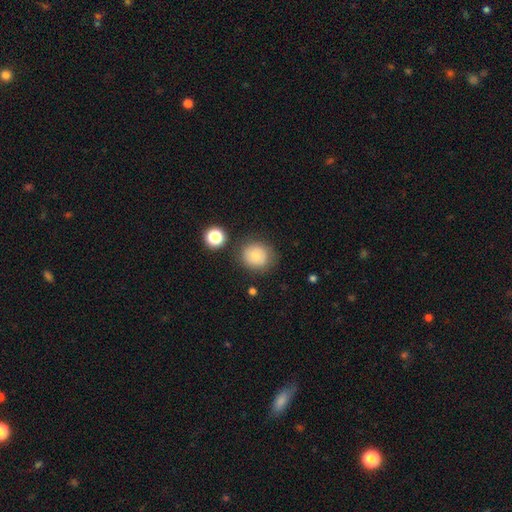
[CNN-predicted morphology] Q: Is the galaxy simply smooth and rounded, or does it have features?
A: smooth — 76%.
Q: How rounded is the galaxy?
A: round — 85%.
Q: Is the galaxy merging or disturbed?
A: none — 78%.